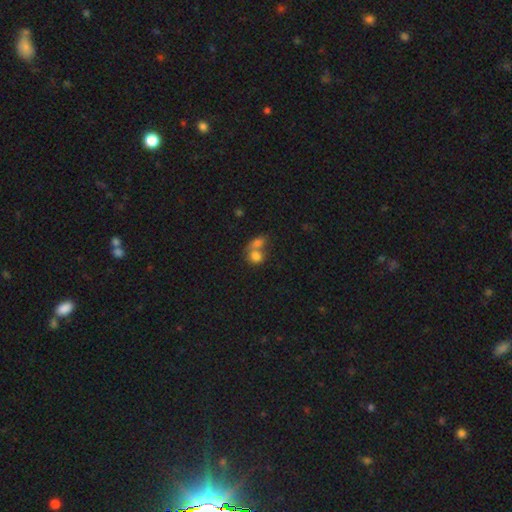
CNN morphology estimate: Overall: smooth (78%). How rounded: round (53%; in between 45%). Merging: merger (62%; none 26%).